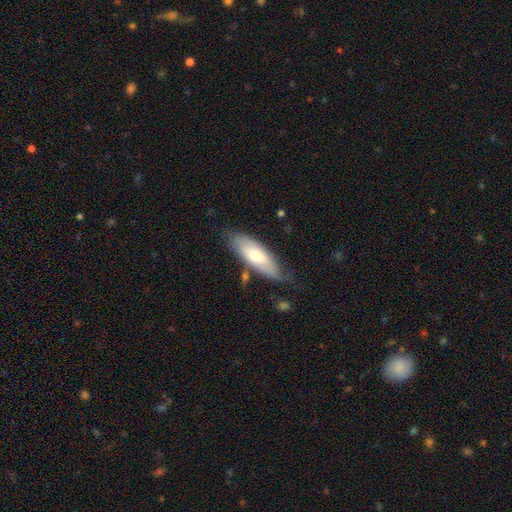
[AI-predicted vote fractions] Q: Smooth or featured?
A: smooth (60%); runner-up: featured or disk (34%)
Q: How rounded?
A: in between (65%); runner-up: cigar-shaped (33%)
Q: Merging?
A: none (69%); runner-up: minor disturbance (22%)